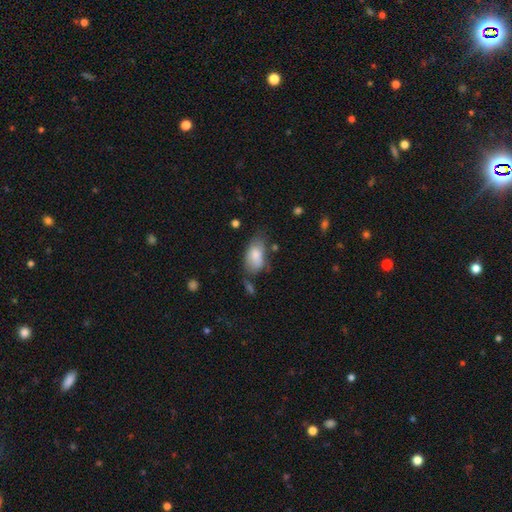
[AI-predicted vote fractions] smooth 76%, featured or disk 17%, star or artifact 7%. Down the decision tree: how rounded — in between (93%); merging — none (45%).